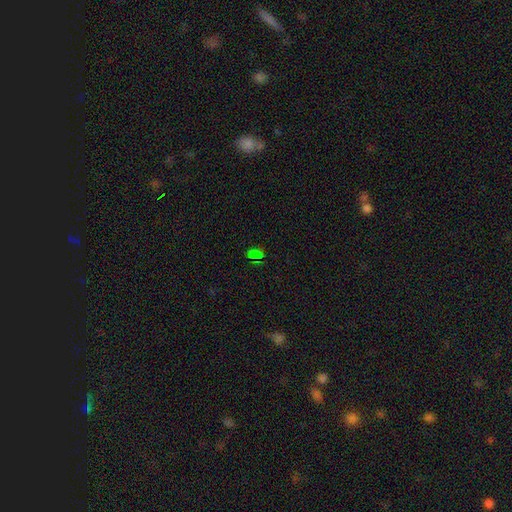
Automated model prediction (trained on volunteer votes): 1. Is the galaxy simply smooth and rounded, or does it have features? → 51% star or artifact, 40% smooth, 9% featured or disk.